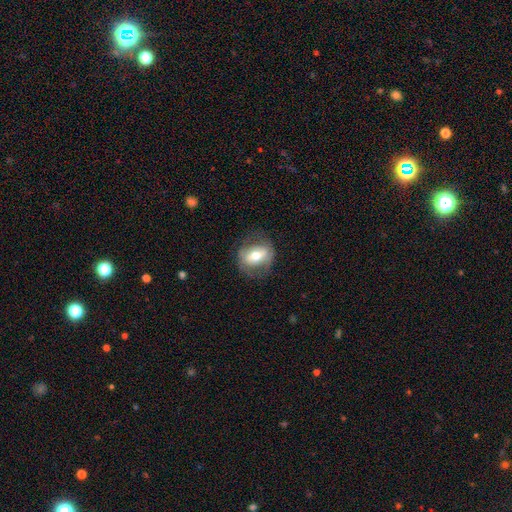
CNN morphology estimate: The model was most divided on "smooth or featured": smooth: 49%, featured or disk: 43%, star or artifact: 8%. More confident: merging — none (71%).